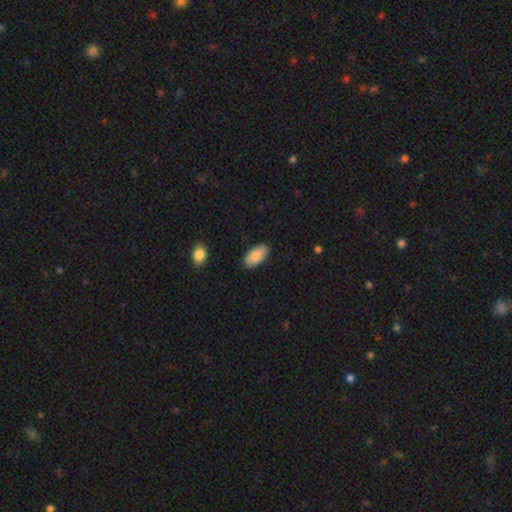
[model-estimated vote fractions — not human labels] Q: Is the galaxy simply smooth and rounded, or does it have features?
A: smooth — 85%.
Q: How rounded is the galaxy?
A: in between — 95%.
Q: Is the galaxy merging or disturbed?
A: none — 87%.